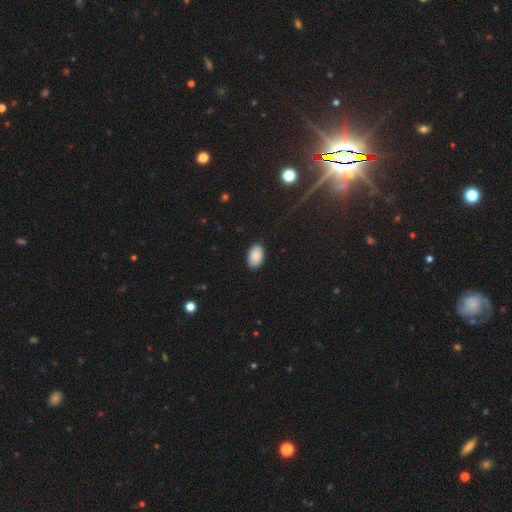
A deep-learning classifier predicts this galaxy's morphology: This is clearly a smooth galaxy (89%). How rounded: clearly in between (93%). Merging: clearly none (89%).